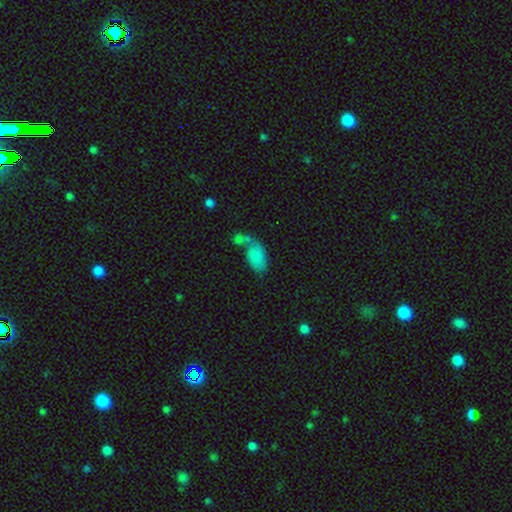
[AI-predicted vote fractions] A smooth galaxy with no disk features (74%) that is in between round and cigar-shaped (92%).

Vote fractions:
- Smooth or featured? smooth: 74% / featured or disk: 18% / star or artifact: 9%
- How rounded? in between: 92% / round: 5% / cigar-shaped: 2%
- Merging? merger: 35% / none: 32% / minor disturbance: 18% / major disturbance: 14%